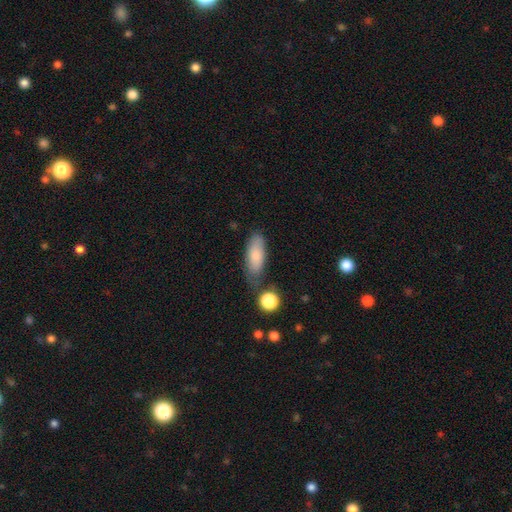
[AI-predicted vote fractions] Q: Smooth or featured?
A: smooth (82%); runner-up: featured or disk (12%)
Q: How rounded?
A: in between (77%); runner-up: cigar-shaped (20%)
Q: Merging?
A: none (61%); runner-up: minor disturbance (23%)